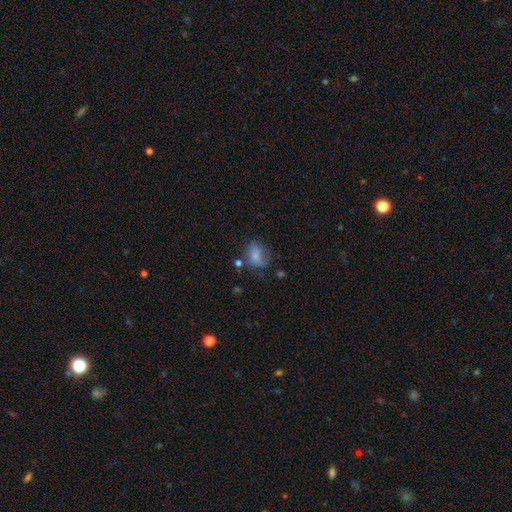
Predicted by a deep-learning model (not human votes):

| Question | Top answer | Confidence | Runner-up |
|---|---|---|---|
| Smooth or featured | smooth | 74% | featured or disk (16%) |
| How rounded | in between | 61% | round (37%) |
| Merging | none | 52% | minor disturbance (28%) |